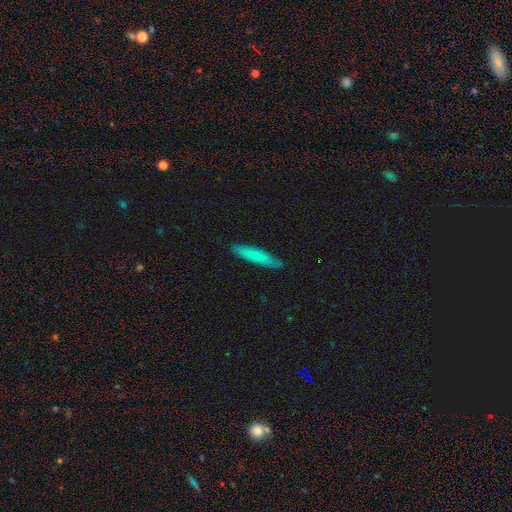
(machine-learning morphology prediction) Smooth or featured? Predicted: smooth (p=0.67). How rounded? Predicted: cigar-shaped (p=0.84). Merging? Predicted: none (p=0.87).